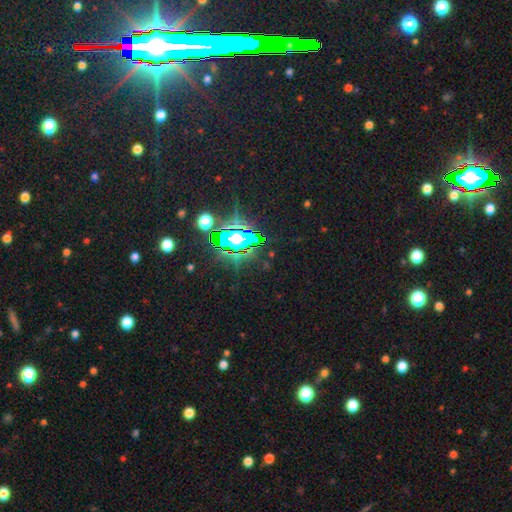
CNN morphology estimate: A star or artifact, not a galaxy (83%).